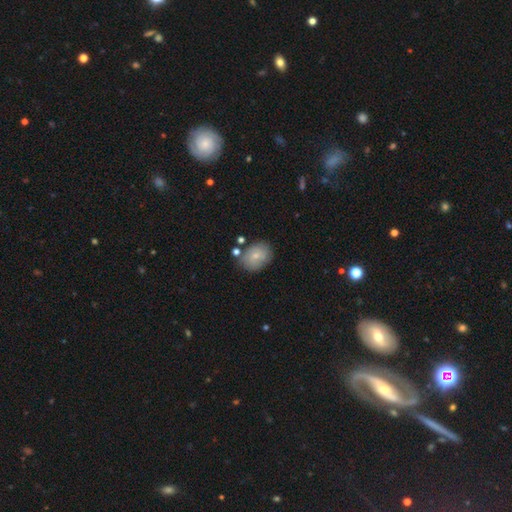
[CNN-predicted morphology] This appears to be a smooth galaxy with no disk features (65%) that is in between round and cigar-shaped (61%). Merging: none (72%).